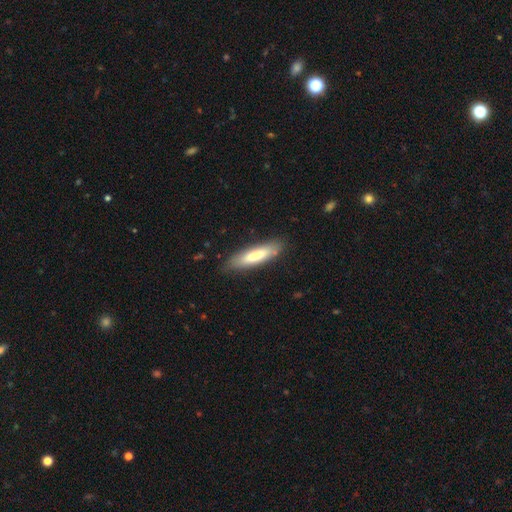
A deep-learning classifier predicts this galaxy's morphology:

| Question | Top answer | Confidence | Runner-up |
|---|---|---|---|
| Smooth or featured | smooth | 75% | featured or disk (19%) |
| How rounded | cigar-shaped | 70% | in between (29%) |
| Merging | none | 83% | minor disturbance (13%) |